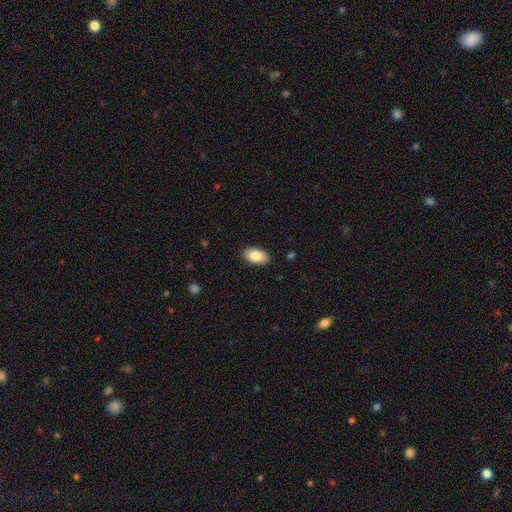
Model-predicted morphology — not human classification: type=smooth (86%); roundness=in between (94%); merging=none (89%).